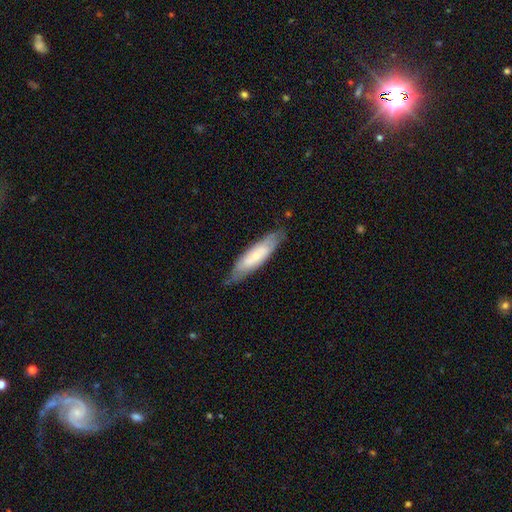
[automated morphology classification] A smooth galaxy with no disk features (52%) that is cigar-shaped (62%).

Vote fractions:
- Smooth or featured? smooth: 52% / featured or disk: 43% / star or artifact: 6%
- How rounded? cigar-shaped: 62% / in between: 36% / round: 1%
- Merging? none: 75% / minor disturbance: 19% / major disturbance: 4% / merger: 1%